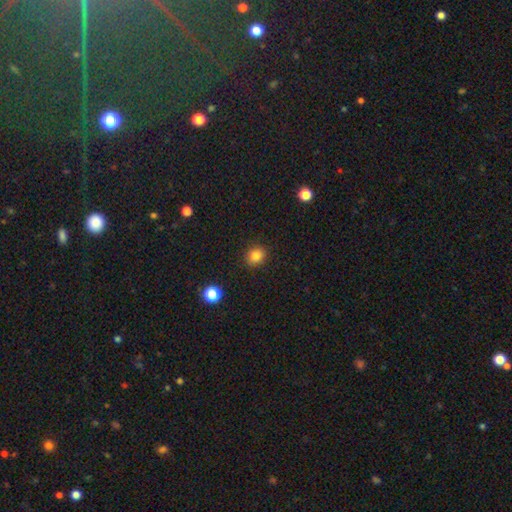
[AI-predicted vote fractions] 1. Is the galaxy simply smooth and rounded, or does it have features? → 83% smooth, 12% star or artifact, 5% featured or disk.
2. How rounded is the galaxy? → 68% round, 31% in between, 1% cigar-shaped.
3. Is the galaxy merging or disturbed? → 89% none, 7% minor disturbance, 2% major disturbance, 1% merger.